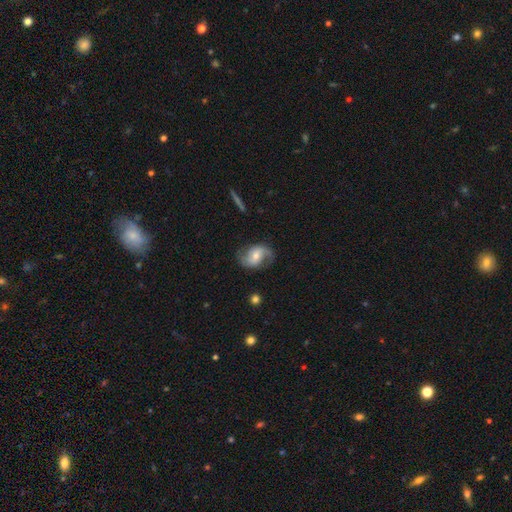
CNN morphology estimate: Q: Smooth or featured?
A: featured or disk (77%); runner-up: smooth (17%)
Q: Edge-on disk?
A: no (97%); runner-up: yes (3%)
Q: Bar?
A: no (42%); runner-up: weak (40%)
Q: Spiral arms?
A: yes (93%); runner-up: no (7%)
Q: Spiral winding?
A: loose (47%); runner-up: medium (39%)
Q: Spiral arm count?
A: 2 (89%); runner-up: can't tell (5%)
Q: Bulge size?
A: moderate (52%); runner-up: small (41%)
Q: Merging?
A: none (74%); runner-up: minor disturbance (17%)